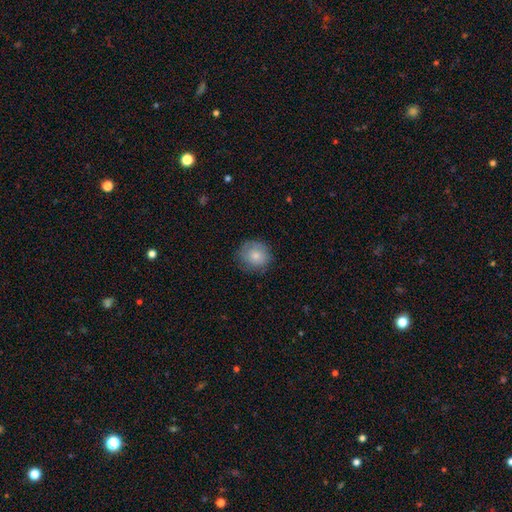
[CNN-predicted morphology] Q: Smooth or featured?
A: smooth (81%); runner-up: featured or disk (12%)
Q: How rounded?
A: round (81%); runner-up: in between (18%)
Q: Merging?
A: none (78%); runner-up: minor disturbance (17%)